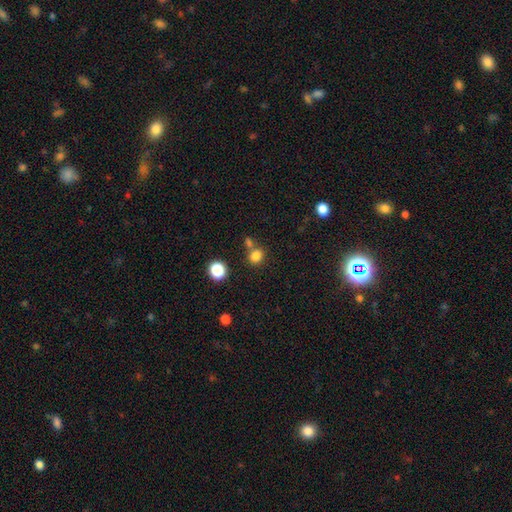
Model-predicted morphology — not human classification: Smooth or featured? Predicted: smooth (p=0.80). How rounded? Predicted: round (p=0.70). Merging? Predicted: none (p=0.63).